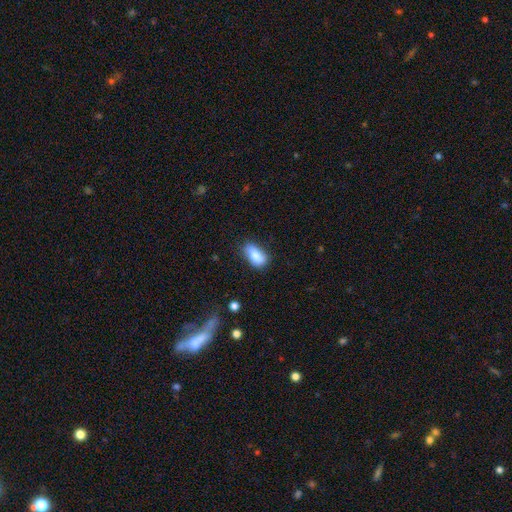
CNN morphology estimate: The model was most divided on "merging": none: 68%, minor disturbance: 25%, major disturbance: 5%, merger: 2%. More confident: how rounded — in between (89%); smooth or featured — smooth (82%).